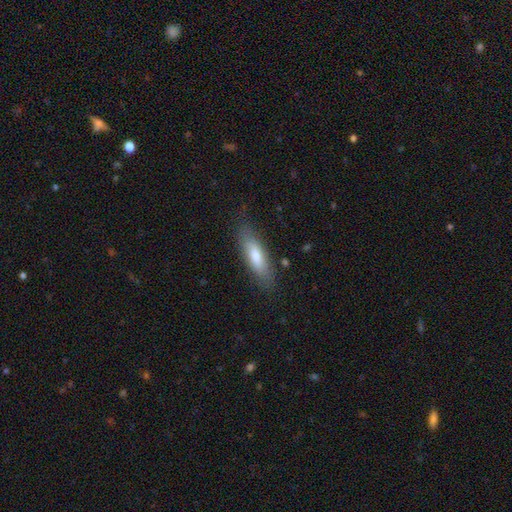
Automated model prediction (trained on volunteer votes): Smooth or featured? smooth (72%)
How rounded? cigar-shaped (49%, tied with in between)
Merging? none (81%)